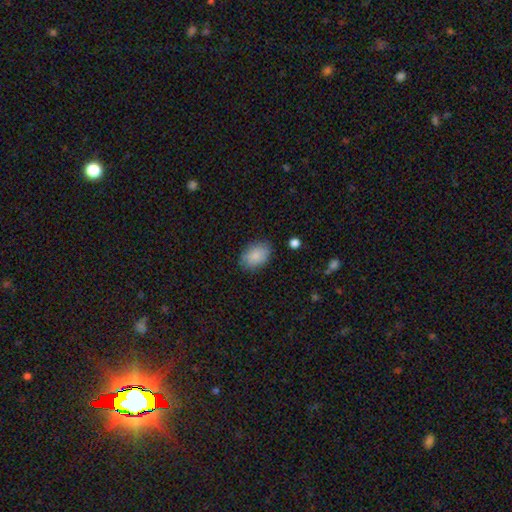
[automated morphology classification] The model was most divided on "merging": none: 82%, minor disturbance: 13%, major disturbance: 3%, merger: 2%. More confident: smooth or featured — smooth (86%); how rounded — in between (85%).